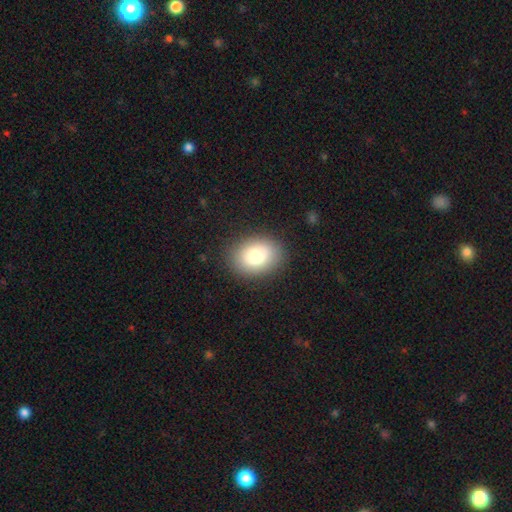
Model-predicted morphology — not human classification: Smooth or featured: smooth — 81% (featured or disk — 11%)
How rounded: in between — 69% (round — 30%)
Merging: none — 87% (minor disturbance — 9%)